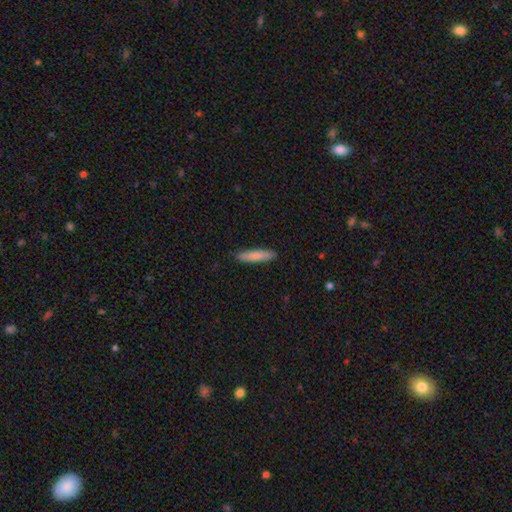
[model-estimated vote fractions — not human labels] smooth-or-featured: smooth: 82% | featured or disk: 12% | star or artifact: 6%
  how-rounded: cigar-shaped: 85% | in between: 14% | round: 1%
  merging: none: 89% | minor disturbance: 8% | major disturbance: 2% | merger: 1%